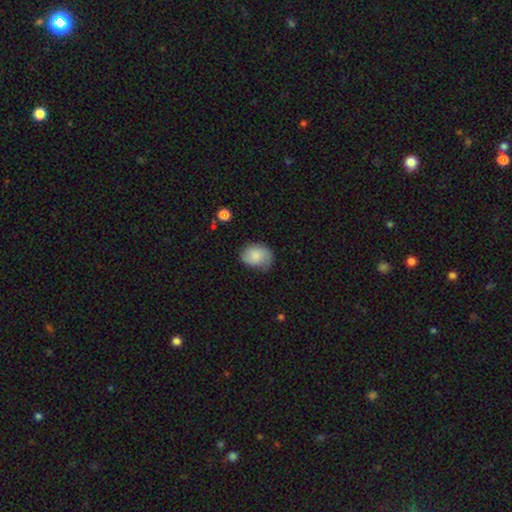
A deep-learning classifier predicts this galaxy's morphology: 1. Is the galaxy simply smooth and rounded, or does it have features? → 76% smooth, 16% featured or disk, 8% star or artifact.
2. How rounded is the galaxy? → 57% in between, 42% round, 1% cigar-shaped.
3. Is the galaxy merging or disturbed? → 59% none, 30% minor disturbance, 9% major disturbance, 2% merger.